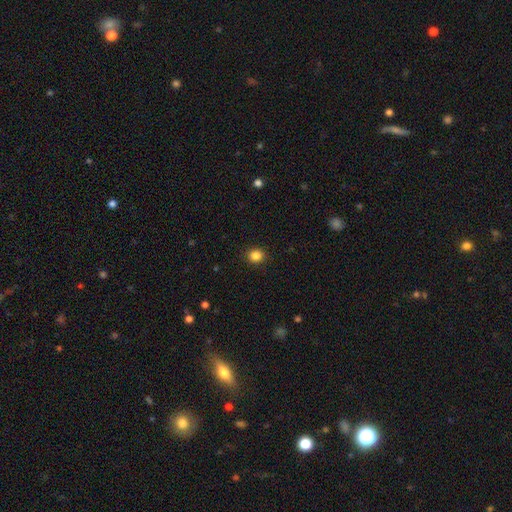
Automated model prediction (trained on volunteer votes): Overall: smooth (86%). How rounded: round (73%). Merging: none (90%).